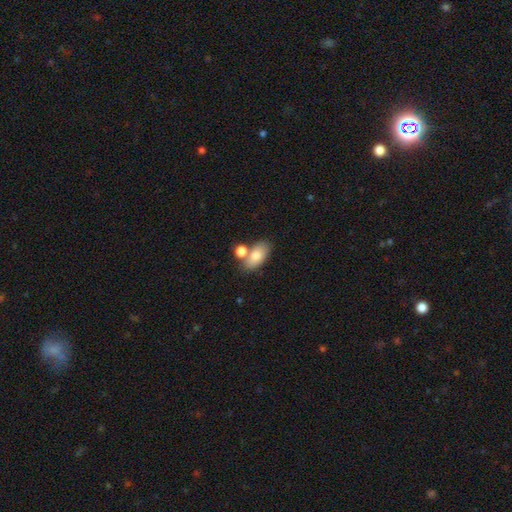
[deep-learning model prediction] smooth-or-featured: smooth: 78% | featured or disk: 14% | star or artifact: 8%
  how-rounded: in between: 89% | round: 8% | cigar-shaped: 3%
  merging: none: 58% | merger: 26% | minor disturbance: 12% | major disturbance: 4%